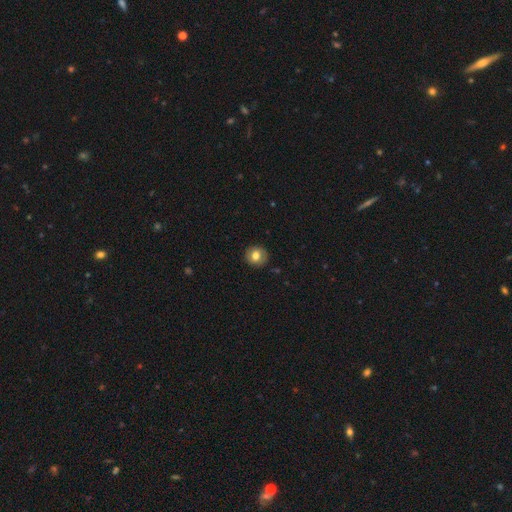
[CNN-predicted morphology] Smooth or featured?
  - smooth: 75% *
  - featured or disk: 16%
  - star or artifact: 9%
How rounded?
  - round: 89% *
  - in between: 10%
  - cigar-shaped: 1%
Merging?
  - none: 89% *
  - minor disturbance: 8%
  - major disturbance: 2%
  - merger: 1%